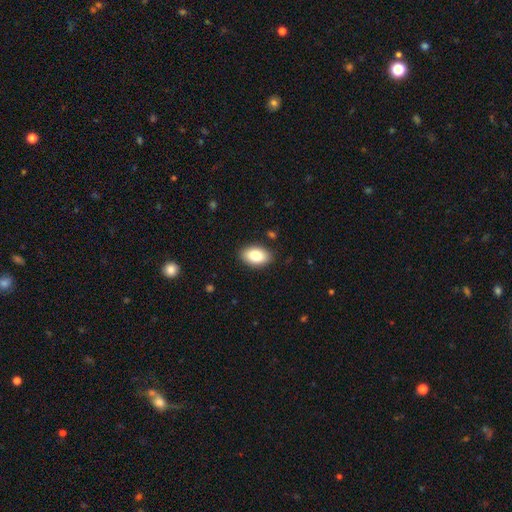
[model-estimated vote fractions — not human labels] Overall: smooth (85%). How rounded: in between (92%). Merging: none (87%).